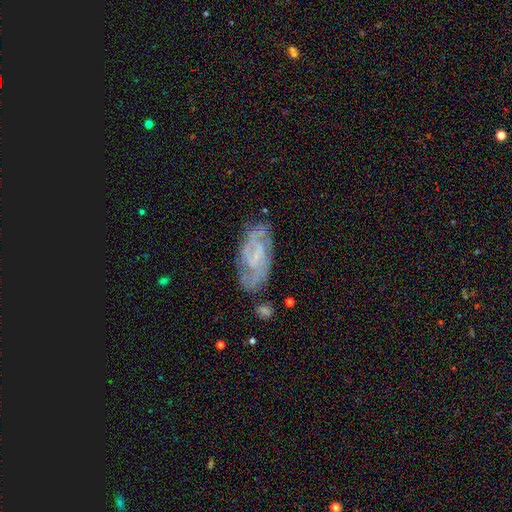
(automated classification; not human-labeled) Morphology: type=featured or disk (73%); edge-on=no (93%); bar=weak (43%); spiral arms=yes (91%); winding=tight (51%); arm count=2 (43%); bulge=small (43%); merging=none (74%).